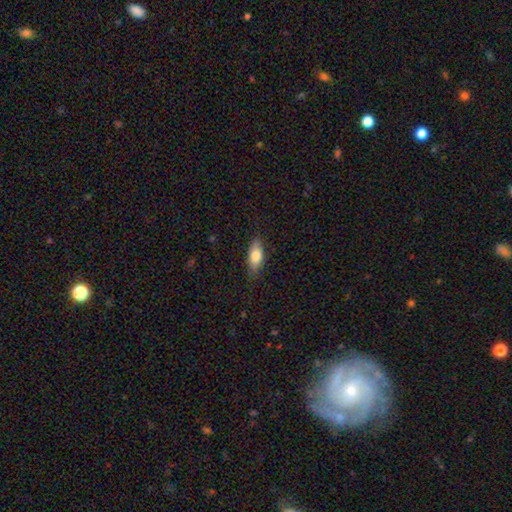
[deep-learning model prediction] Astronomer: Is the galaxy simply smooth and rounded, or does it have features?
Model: smooth — 77%.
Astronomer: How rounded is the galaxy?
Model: in between — 80%.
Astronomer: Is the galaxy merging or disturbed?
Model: none — 83%.